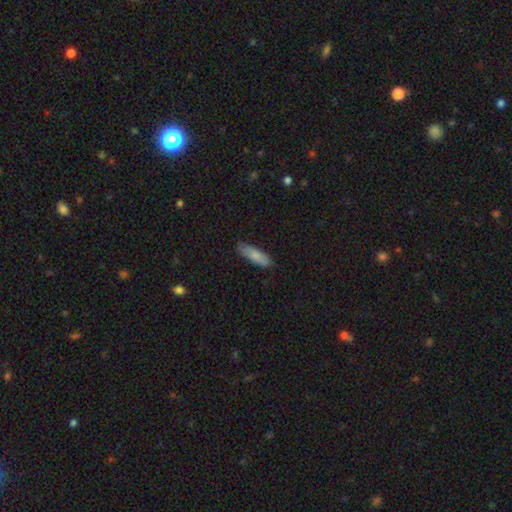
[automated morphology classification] Q: Smooth or featured?
A: smooth (83%); runner-up: featured or disk (11%)
Q: How rounded?
A: cigar-shaped (52%); runner-up: in between (46%)
Q: Merging?
A: none (81%); runner-up: minor disturbance (15%)